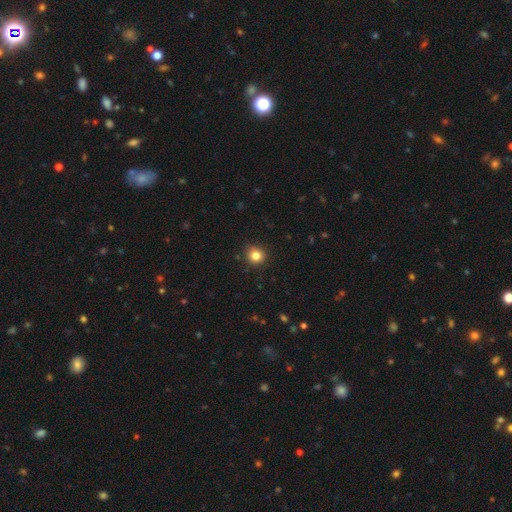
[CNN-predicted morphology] This is clearly a smooth galaxy (83%). How rounded: clearly round (91%). Merging: clearly none (87%).